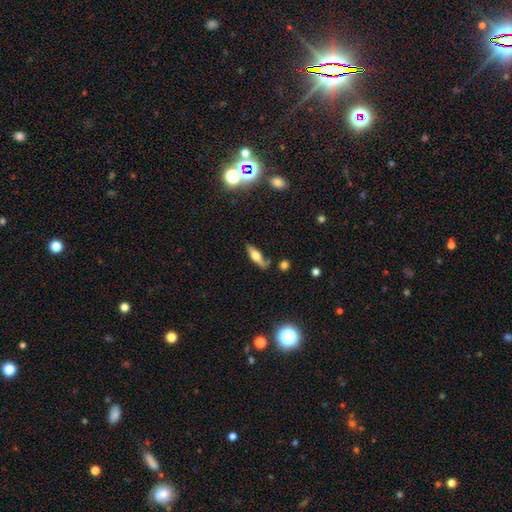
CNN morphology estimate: Smooth or featured? Predicted: featured or disk (p=0.52). Edge-on disk? Predicted: yes (p=0.90). Merging? Predicted: none (p=0.70).